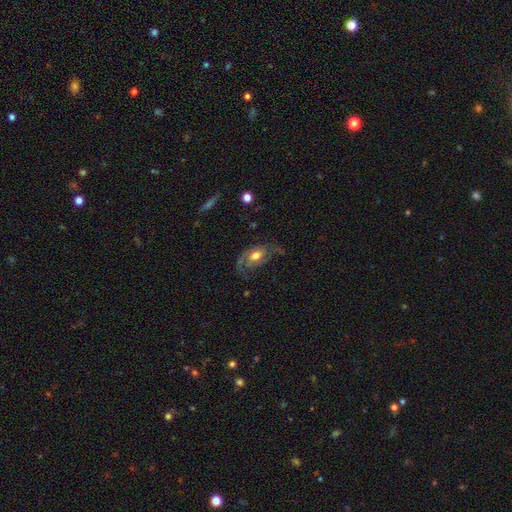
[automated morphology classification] featured or disk 69%, smooth 24%, star or artifact 7%. Down the decision tree: edge-on disk — no (93%); bar — no (61%); spiral arms — yes (82%); spiral arm count — 2 (66%); spiral winding — medium (42%); bulge size — moderate (68%); merging — none (51%).